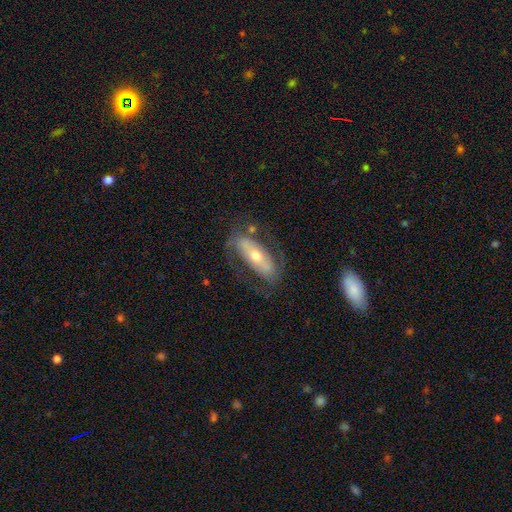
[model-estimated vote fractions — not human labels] Smooth or featured? Predicted: featured or disk (p=0.63). Edge-on disk? Predicted: no (p=0.80). Bar? Predicted: no (p=0.42). Spiral arms? Predicted: yes (p=0.59). Bulge size? Predicted: moderate (p=0.54). Merging? Predicted: none (p=0.64).